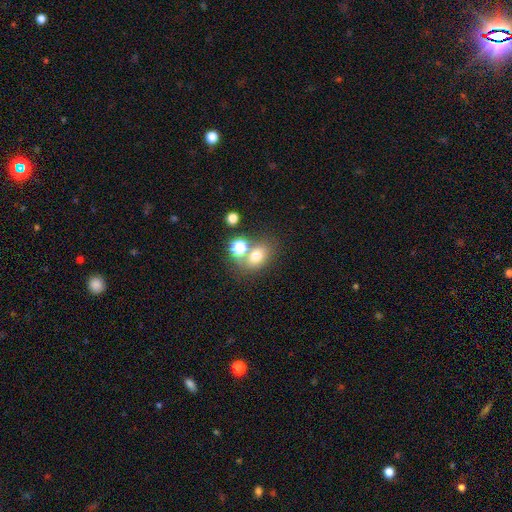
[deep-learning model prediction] A smooth galaxy with no disk features (71%) that is in between round and cigar-shaped (52%).

Vote fractions:
- Smooth or featured? smooth: 71% / star or artifact: 16% / featured or disk: 13%
- How rounded? in between: 52% / round: 46% / cigar-shaped: 1%
- Merging? none: 55% / merger: 29% / minor disturbance: 11% / major disturbance: 5%